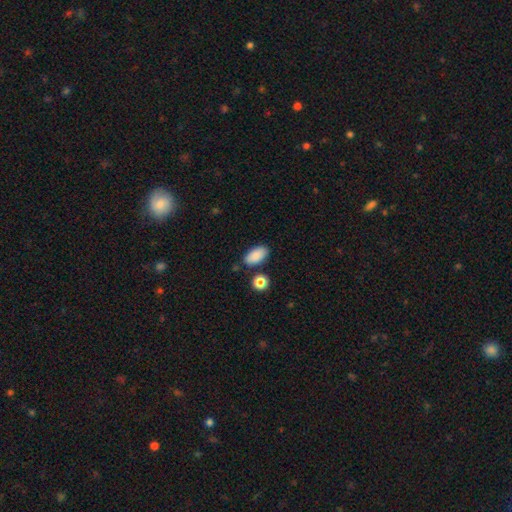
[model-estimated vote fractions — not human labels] Morphology: type=smooth (88%); roundness=in between (92%); merging=none (80%).